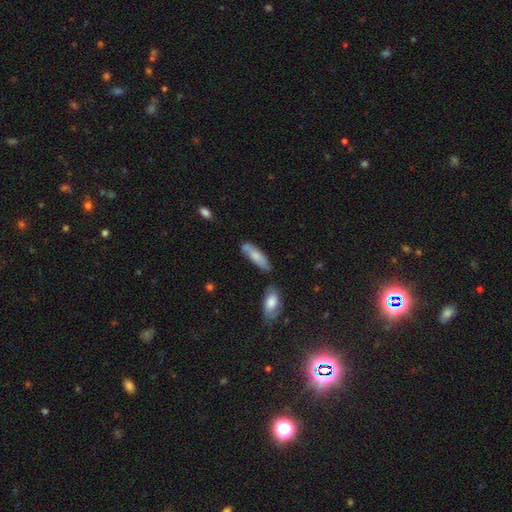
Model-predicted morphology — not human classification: This is likely a smooth galaxy (73%). How rounded: possibly cigar-shaped (52%). Merging: likely none (61%).